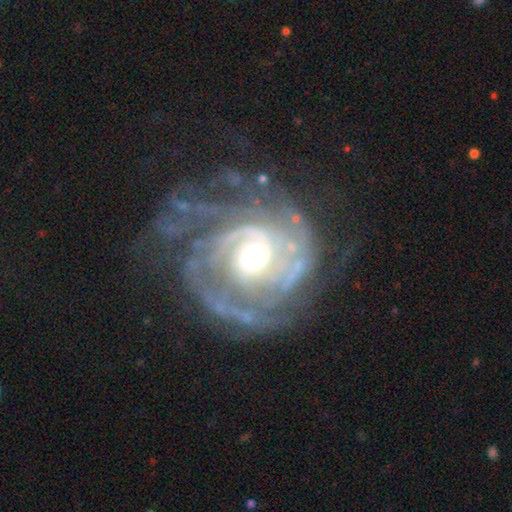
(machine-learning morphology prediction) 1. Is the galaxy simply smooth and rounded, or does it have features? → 90% featured or disk, 5% star or artifact, 4% smooth.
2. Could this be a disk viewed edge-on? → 98% no, 2% yes.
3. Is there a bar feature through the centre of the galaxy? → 61% no, 29% weak, 10% strong.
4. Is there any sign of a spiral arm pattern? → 97% yes, 3% no.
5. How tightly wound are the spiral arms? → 66% tight, 28% medium, 7% loose.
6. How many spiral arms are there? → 32% 2, 25% can't tell, 18% 3, 9% 4, 8% 1, 8% more than 4.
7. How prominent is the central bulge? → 53% moderate, 38% small, 7% large, 1% none, 1% dominant.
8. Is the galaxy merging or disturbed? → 59% none, 20% minor disturbance, 18% major disturbance, 2% merger.